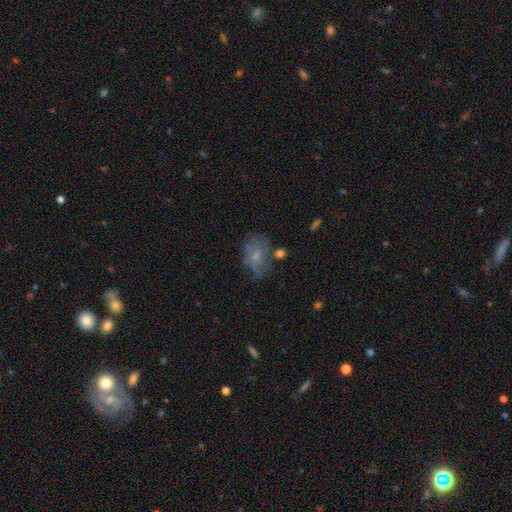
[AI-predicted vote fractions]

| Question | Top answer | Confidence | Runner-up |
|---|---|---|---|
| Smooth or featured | smooth | 48% | featured or disk (40%) |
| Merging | none | 46% | minor disturbance (27%) |